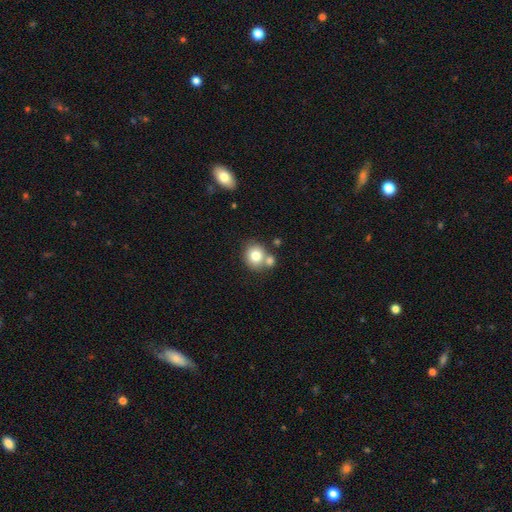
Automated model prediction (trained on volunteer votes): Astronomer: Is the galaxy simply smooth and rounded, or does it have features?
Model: smooth — 79%.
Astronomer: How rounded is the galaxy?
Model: round — 79%.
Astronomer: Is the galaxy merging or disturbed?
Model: none — 54% (runner-up: merger, 32%).